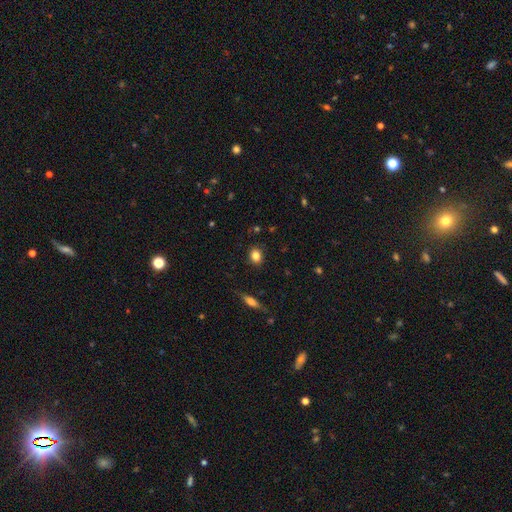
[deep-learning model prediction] smooth_or_featured: smooth (p=0.84) [alt: star or artifact p=0.10]
how_rounded: round (p=0.53) [alt: in between p=0.45]
merging: none (p=0.87) [alt: minor disturbance p=0.09]